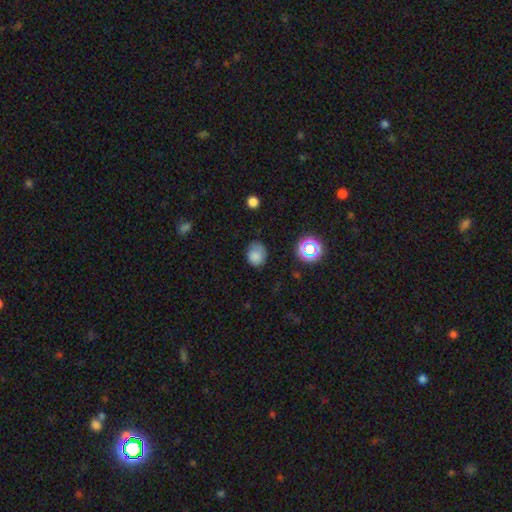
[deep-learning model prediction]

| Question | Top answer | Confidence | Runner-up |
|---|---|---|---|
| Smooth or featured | smooth | 79% | star or artifact (14%) |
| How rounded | in between | 50% | round (49%) |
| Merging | none | 62% | minor disturbance (28%) |